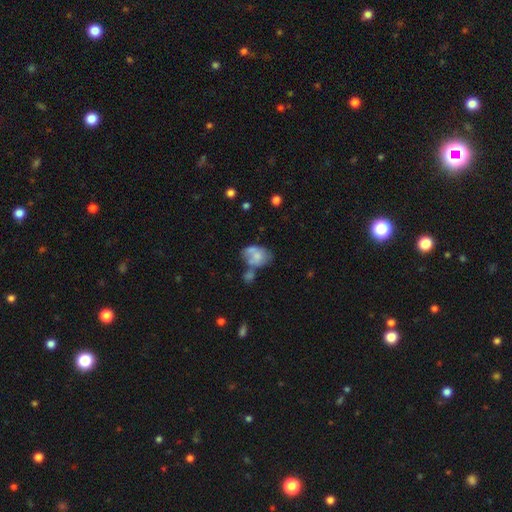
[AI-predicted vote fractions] Smooth or featured: smooth — 60% (featured or disk — 31%)
How rounded: in between — 77% (round — 22%)
Merging: merger — 40% (none — 25%)